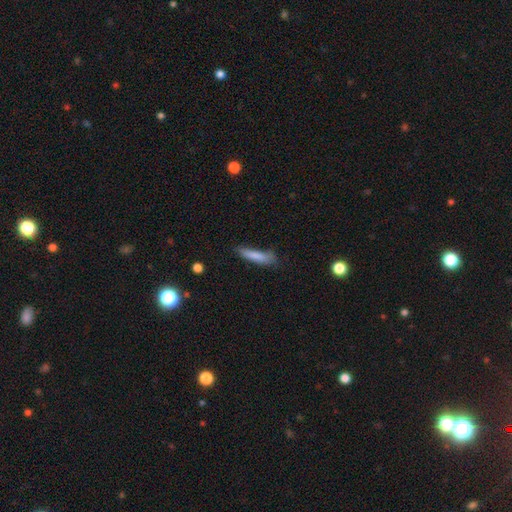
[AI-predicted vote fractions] smooth-or-featured: smooth: 82% | featured or disk: 11% | star or artifact: 7%
  how-rounded: cigar-shaped: 82% | in between: 17% | round: 1%
  merging: none: 65% | minor disturbance: 26% | major disturbance: 7% | merger: 3%